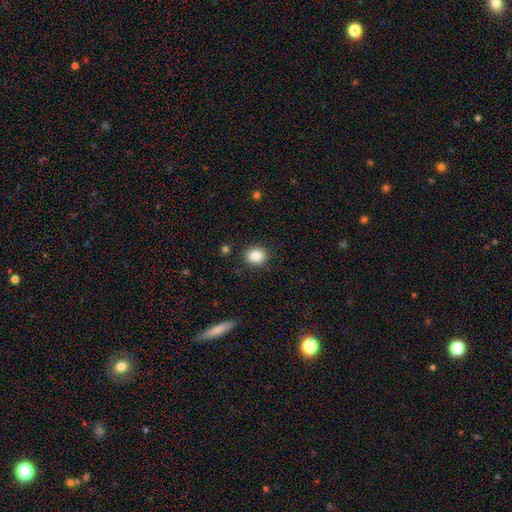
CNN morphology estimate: A smooth galaxy with no disk features (86%) that is round (66%).

Vote fractions:
- Smooth or featured? smooth: 86% / star or artifact: 9% / featured or disk: 4%
- How rounded? round: 66% / in between: 33% / cigar-shaped: 1%
- Merging? none: 88% / minor disturbance: 8% / major disturbance: 2% / merger: 2%